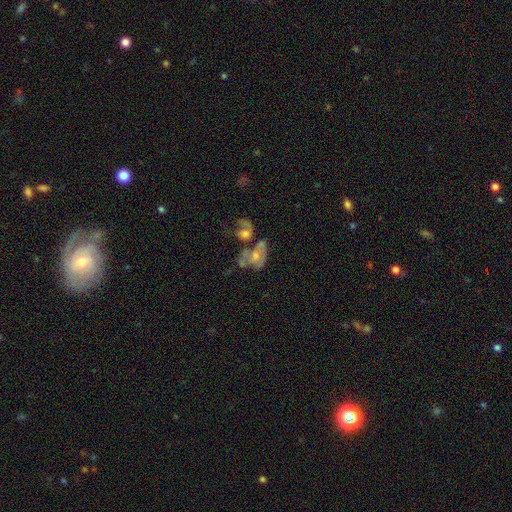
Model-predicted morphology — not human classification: Q: Smooth or featured?
A: featured or disk (50%); runner-up: smooth (39%)
Q: Edge-on disk?
A: no (96%); runner-up: yes (4%)
Q: Merging?
A: merger (57%); runner-up: major disturbance (18%)